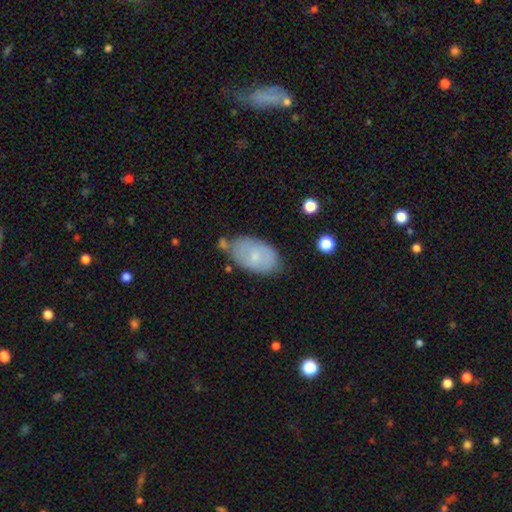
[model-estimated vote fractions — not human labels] A smooth galaxy with no disk features (66%) that is in between round and cigar-shaped (93%). Merging: none (65%).